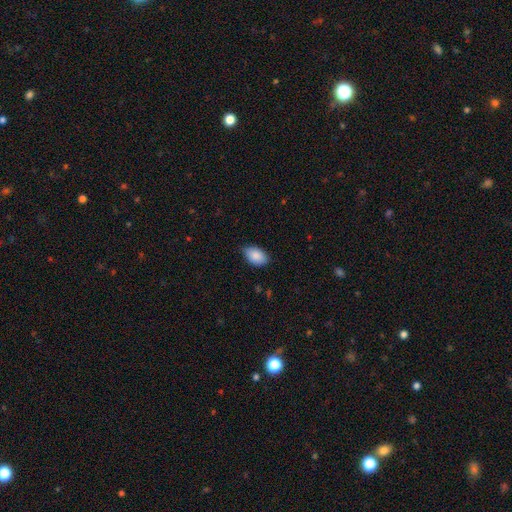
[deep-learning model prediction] This is clearly a smooth galaxy (88%). How rounded: clearly in between (92%). Merging: likely none (75%).